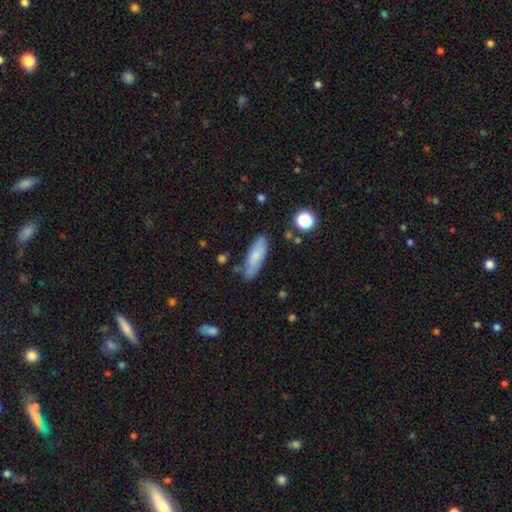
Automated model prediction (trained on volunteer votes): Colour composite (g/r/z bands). It shows a smooth galaxy with no disk features (76%) that is in between round and cigar-shaped (55%). Merging: none (74%).